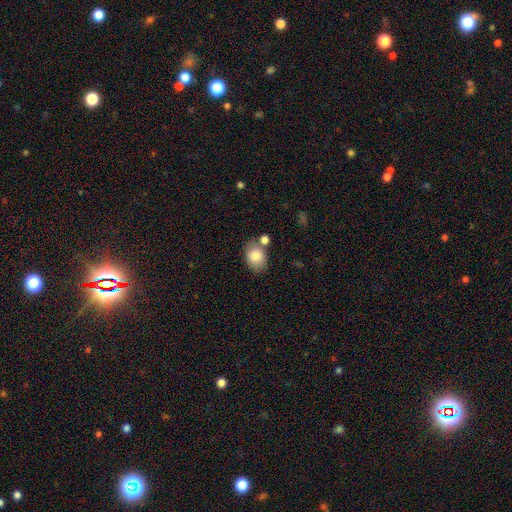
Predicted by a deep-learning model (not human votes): This appears to be a smooth galaxy with no disk features (83%) that is in between round and cigar-shaped (73%). Merging: none (62%).